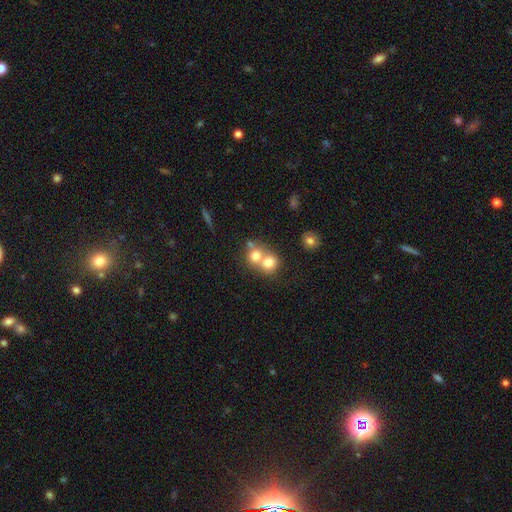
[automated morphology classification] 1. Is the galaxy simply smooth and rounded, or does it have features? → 74% smooth, 16% featured or disk, 11% star or artifact.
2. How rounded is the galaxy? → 82% round, 17% in between, 1% cigar-shaped.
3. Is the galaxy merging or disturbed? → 62% merger, 31% none, 5% minor disturbance, 2% major disturbance.